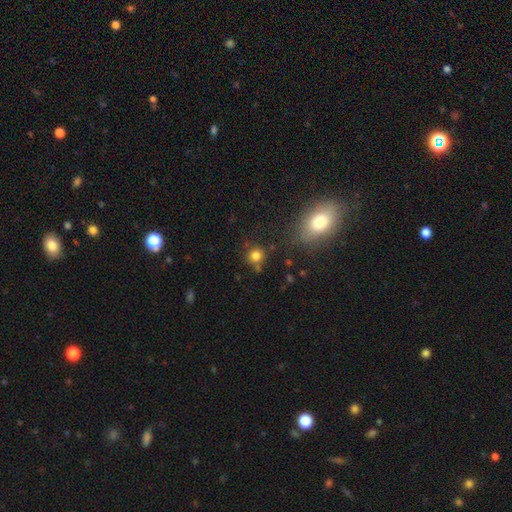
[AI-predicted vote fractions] Smooth or featured? smooth (79%)
How rounded? round (87%)
Merging? none (72%)